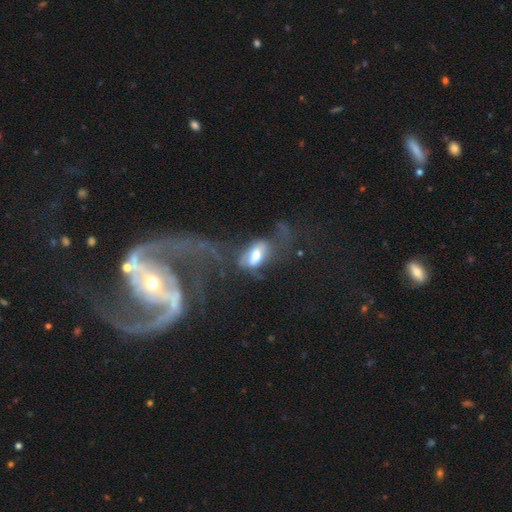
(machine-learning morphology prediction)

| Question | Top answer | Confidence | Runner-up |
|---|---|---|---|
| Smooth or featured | smooth | 45% | tied: featured or disk (45%) |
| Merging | major disturbance | 52% | none (23%) |